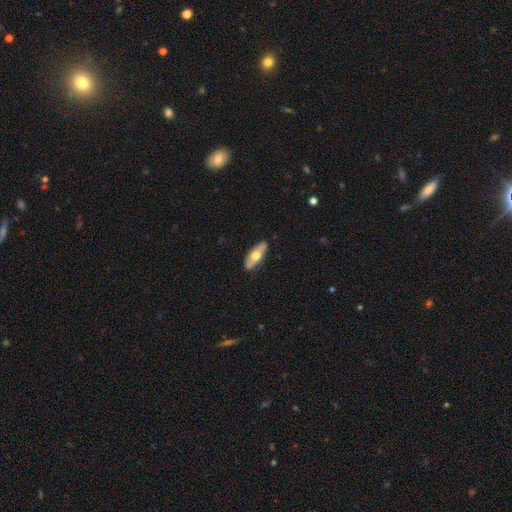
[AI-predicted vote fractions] Smooth or featured? smooth (50%)
How rounded? in between (64%)
Merging? none (86%)